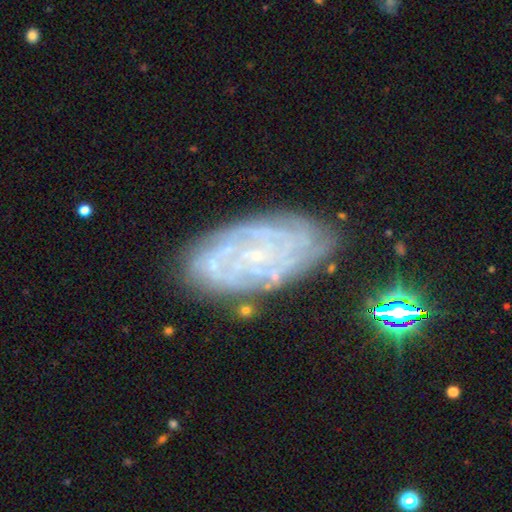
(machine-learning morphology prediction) smooth_or_featured: featured or disk (p=0.79) [alt: smooth p=0.11]
disk_edge_on: no (p=0.95) [alt: yes p=0.05]
bar: no (p=0.70) [alt: weak p=0.23]
has_spiral_arms: yes (p=0.91) [alt: no p=0.09]
spiral_winding: tight (p=0.75) [alt: medium p=0.20]
spiral_arm_count: can't tell (p=0.43) [alt: 4 p=0.14]
bulge_size: small (p=0.79) [alt: none p=0.11]
merging: none (p=0.77) [alt: minor disturbance p=0.16]